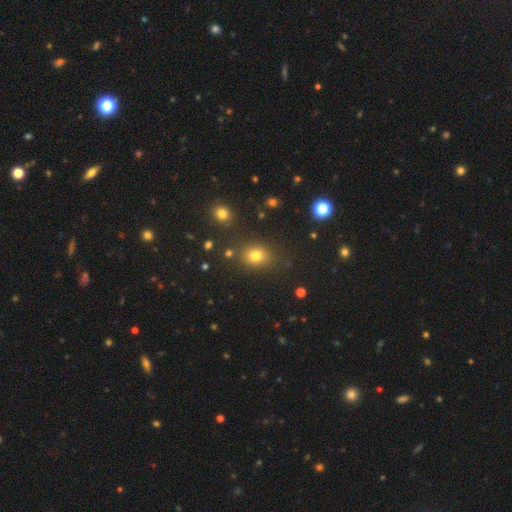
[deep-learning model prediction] Smooth or featured: smooth — 76% (star or artifact — 16%)
How rounded: round — 54% (in between — 45%)
Merging: none — 81% (minor disturbance — 10%)